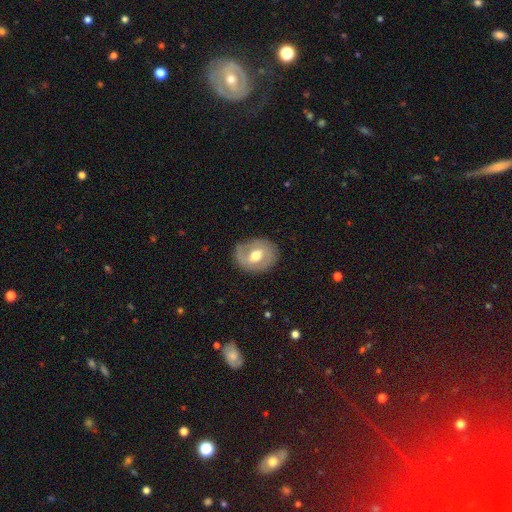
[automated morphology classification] Smooth or featured: featured or disk — 61% (smooth — 33%)
Edge-on disk: no — 95% (yes — 5%)
Bar: weak — 48% (no — 34%)
Spiral arms: yes — 64% (no — 36%)
Bulge size: moderate — 76% (small — 11%)
Merging: none — 75% (minor disturbance — 18%)